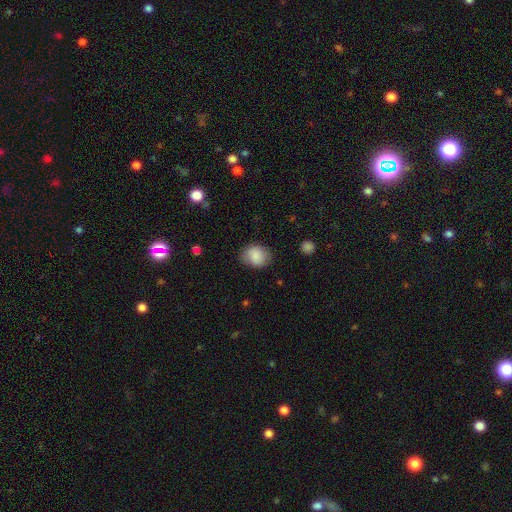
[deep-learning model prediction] smooth 86%, star or artifact 8%, featured or disk 6%. Down the decision tree: how rounded — round (56%); merging — none (78%).